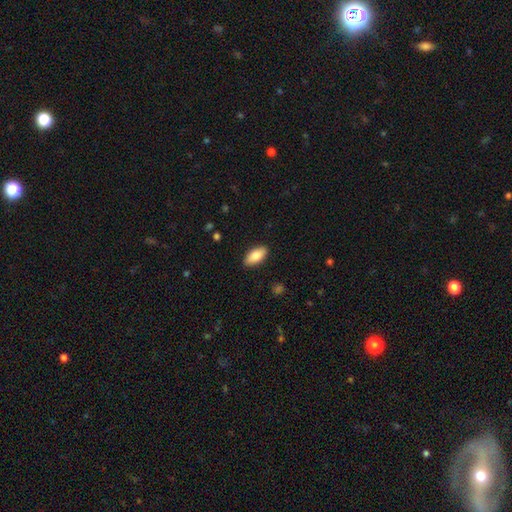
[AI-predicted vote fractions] This appears to be a smooth galaxy with no disk features (83%) that is in between round and cigar-shaped (90%). Merging: none (89%).